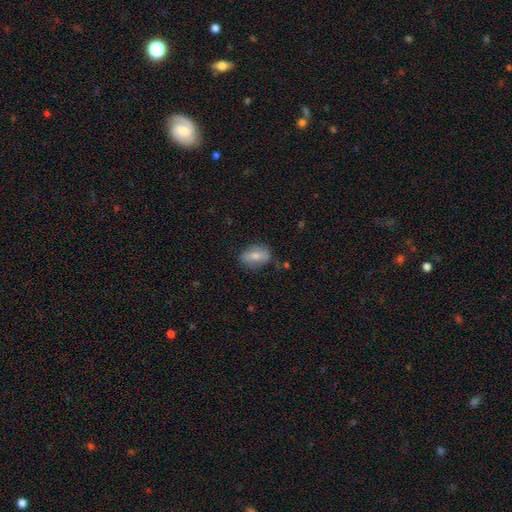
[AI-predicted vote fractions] smooth 67%, featured or disk 26%, star or artifact 7%. Down the decision tree: how rounded — in between (82%); merging — none (73%).